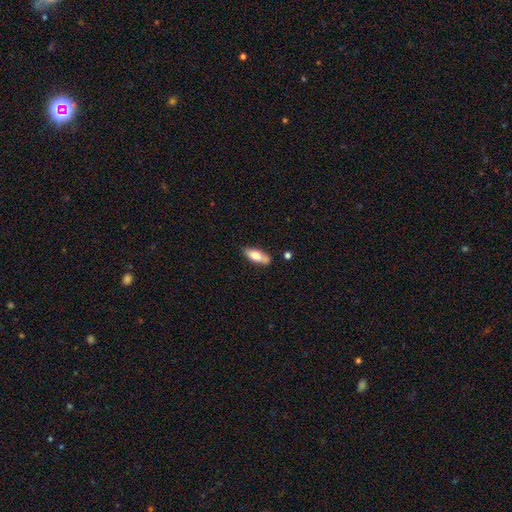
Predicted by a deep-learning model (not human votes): Morphology: type=smooth (73%); roundness=in between (73%); merging=none (69%).